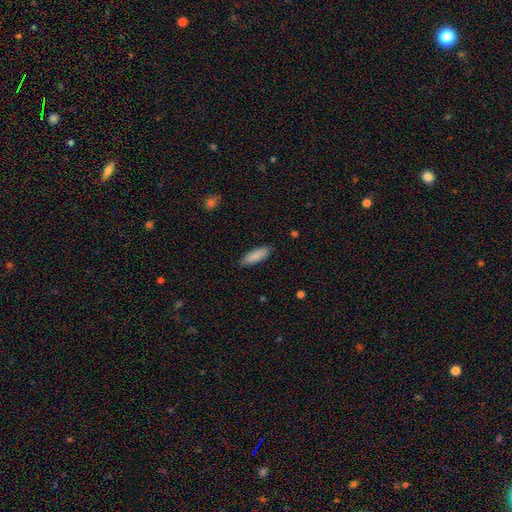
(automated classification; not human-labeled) Smooth or featured: smooth — 88% (star or artifact — 6%)
How rounded: in between — 60% (cigar-shaped — 39%)
Merging: none — 86% (minor disturbance — 11%)